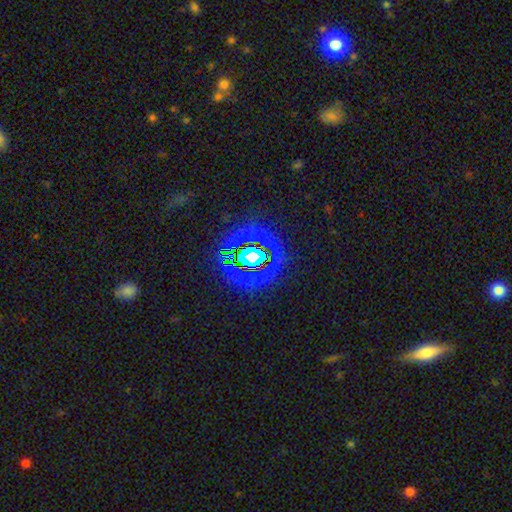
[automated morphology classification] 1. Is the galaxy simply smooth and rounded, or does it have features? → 79% star or artifact, 12% smooth, 9% featured or disk.